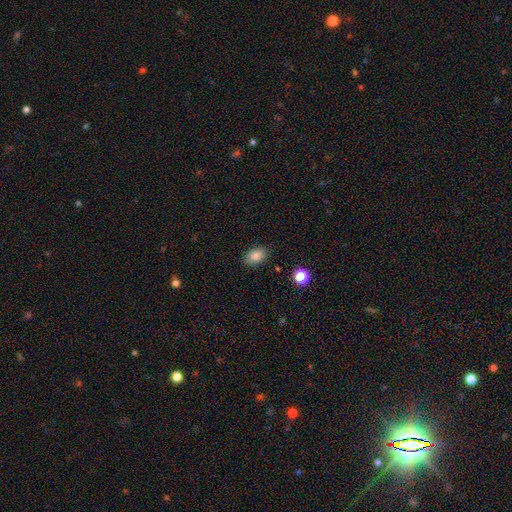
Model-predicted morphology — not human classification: Q: Smooth or featured?
A: smooth (86%); runner-up: star or artifact (9%)
Q: How rounded?
A: in between (83%); runner-up: round (16%)
Q: Merging?
A: none (85%); runner-up: minor disturbance (11%)